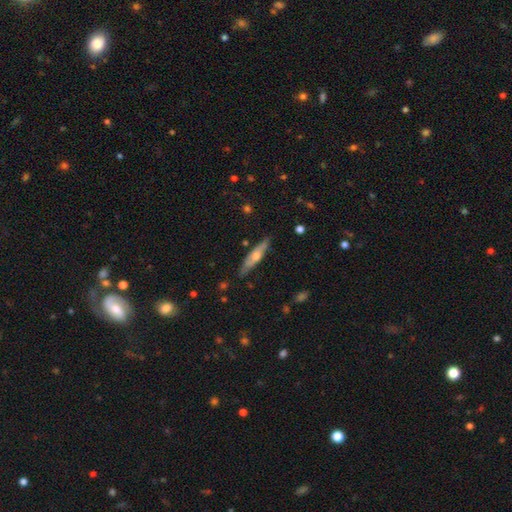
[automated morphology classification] Smooth or featured?
  - featured or disk: 52% *
  - smooth: 42%
  - star or artifact: 6%
Edge-on disk?
  - yes: 80% *
  - no: 20%
Merging?
  - none: 82% *
  - minor disturbance: 14%
  - major disturbance: 2%
  - merger: 2%